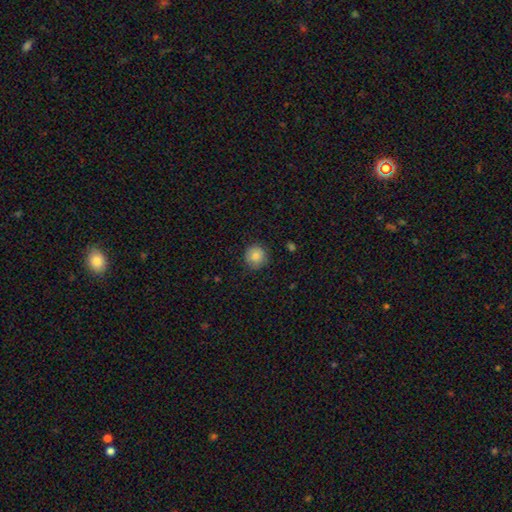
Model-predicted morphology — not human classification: Overall: smooth (84%). How rounded: round (93%). Merging: none (86%).